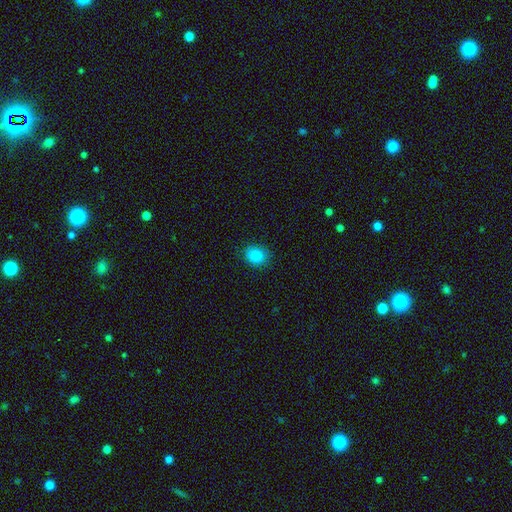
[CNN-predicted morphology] smooth-or-featured: smooth: 85% | star or artifact: 10% | featured or disk: 5%
  how-rounded: round: 61% | in between: 38% | cigar-shaped: 1%
  merging: none: 87% | minor disturbance: 10% | major disturbance: 2% | merger: 1%